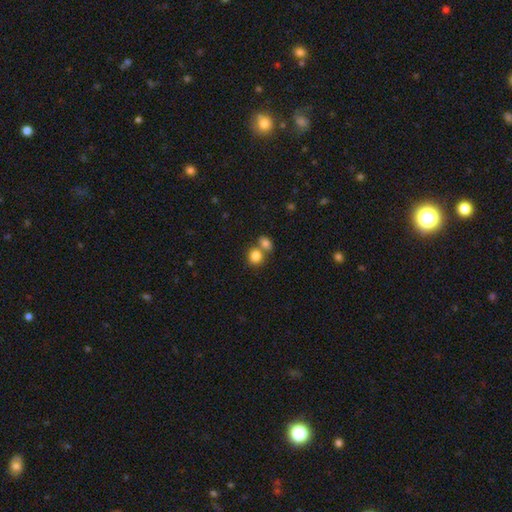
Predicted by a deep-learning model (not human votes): Smooth or featured? Predicted: smooth (p=0.83). How rounded? Predicted: round (p=0.76). Merging? Predicted: none (p=0.47).